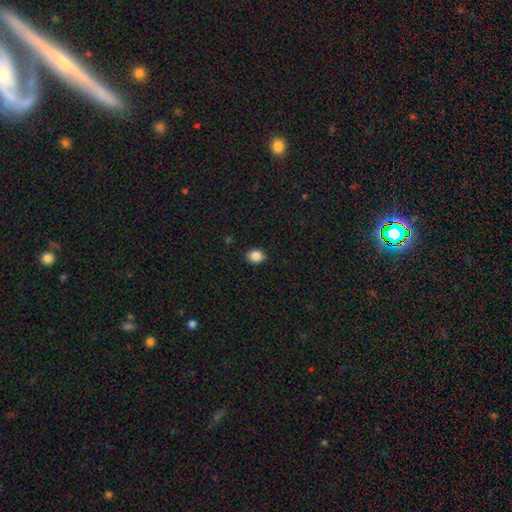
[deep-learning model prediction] smooth-or-featured: smooth: 87% | star or artifact: 9% | featured or disk: 4%
  how-rounded: in between: 51% | round: 48% | cigar-shaped: 1%
  merging: none: 89% | minor disturbance: 8% | major disturbance: 2% | merger: 1%